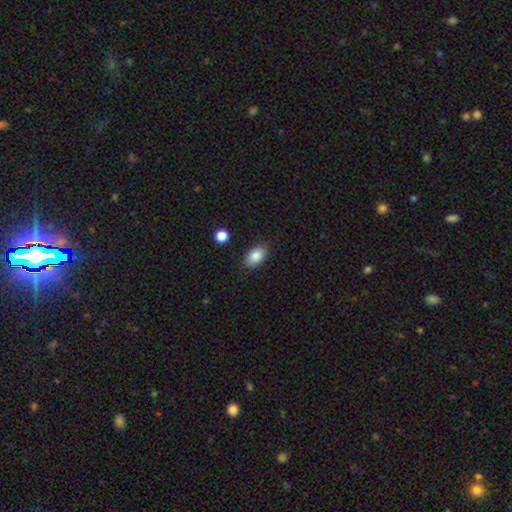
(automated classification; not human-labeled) Morphology: type=smooth (86%); roundness=in between (87%); merging=none (85%).